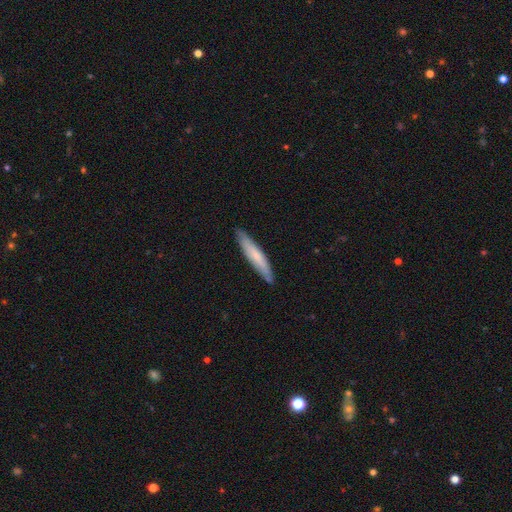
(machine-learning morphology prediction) Smooth or featured? smooth (64%)
How rounded? cigar-shaped (91%)
Merging? none (87%)